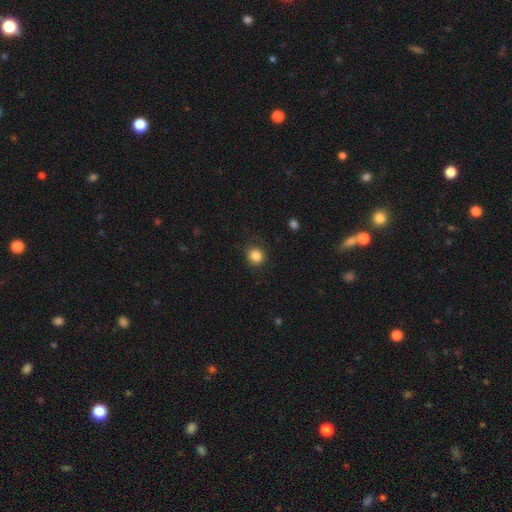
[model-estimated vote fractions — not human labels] A smooth galaxy with no disk features (85%) that is round (88%).

Vote fractions:
- Smooth or featured? smooth: 85% / star or artifact: 11% / featured or disk: 4%
- How rounded? round: 88% / in between: 12% / cigar-shaped: 1%
- Merging? none: 85% / minor disturbance: 10% / major disturbance: 3% / merger: 1%